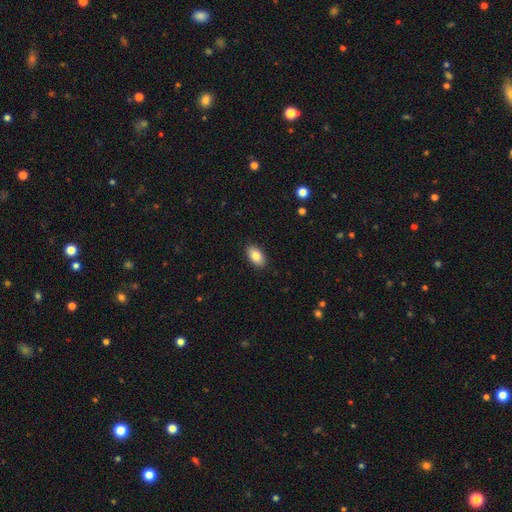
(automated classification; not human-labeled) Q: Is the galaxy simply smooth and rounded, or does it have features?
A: smooth — 84%.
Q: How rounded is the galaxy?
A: in between — 93%.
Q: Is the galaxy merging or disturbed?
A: none — 89%.